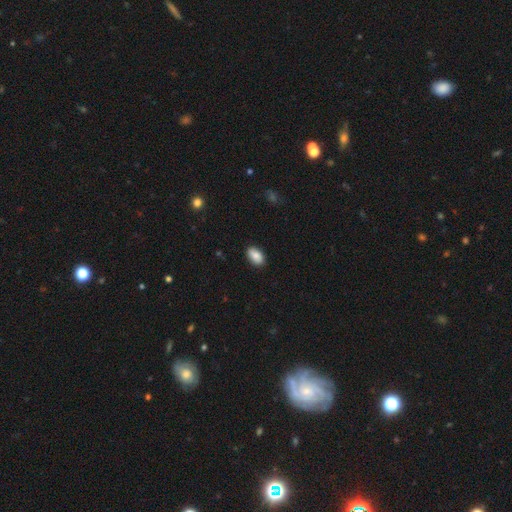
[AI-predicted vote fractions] A smooth galaxy with no disk features (87%) that is in between round and cigar-shaped (93%). Merging: none (86%).